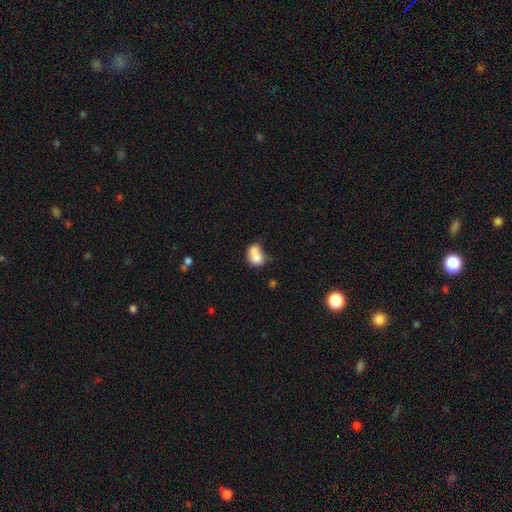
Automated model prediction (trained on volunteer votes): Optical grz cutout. It shows a smooth galaxy with no disk features (75%) that is in between round and cigar-shaped (60%). Merging: merger (55%).